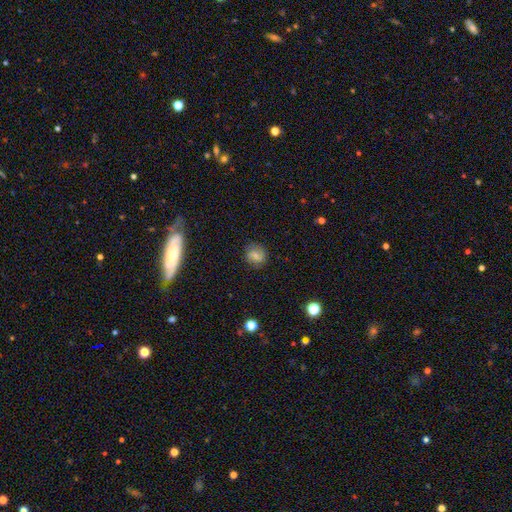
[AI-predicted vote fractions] Smooth or featured? Predicted: smooth (p=0.49). Merging? Predicted: none (p=0.82).